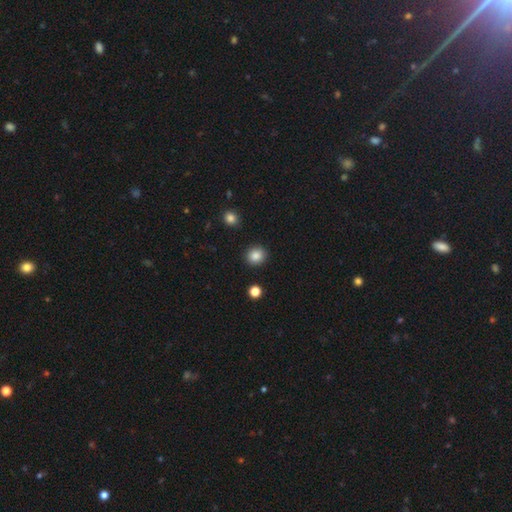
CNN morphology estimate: The model was most divided on "how rounded": round: 84%, in between: 15%, cigar-shaped: 1%. More confident: merging — none (91%); smooth or featured — smooth (86%).